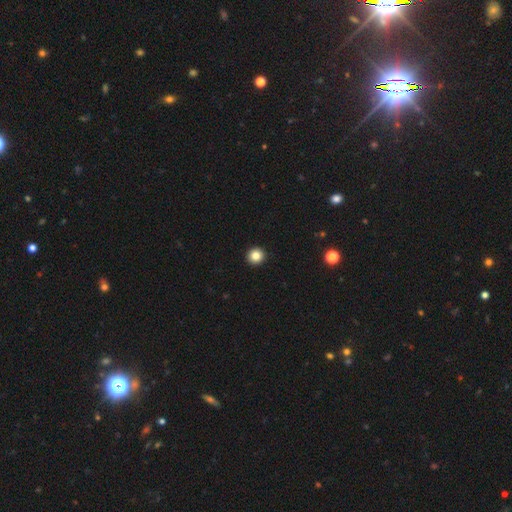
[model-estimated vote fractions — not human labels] Smooth or featured? Predicted: smooth (p=0.84). How rounded? Predicted: round (p=0.94). Merging? Predicted: none (p=0.94).